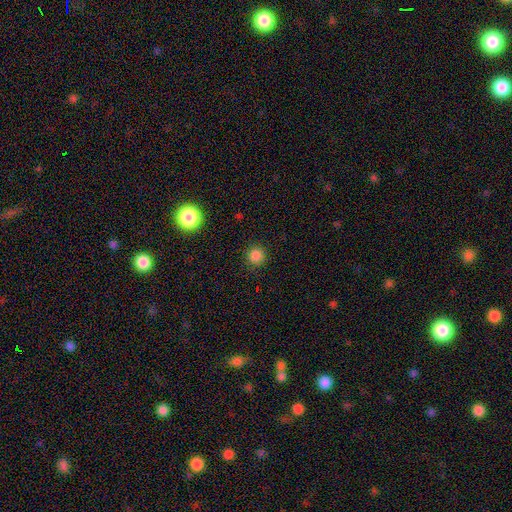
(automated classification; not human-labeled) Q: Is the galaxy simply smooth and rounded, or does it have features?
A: smooth — 84%.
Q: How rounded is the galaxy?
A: round — 93%.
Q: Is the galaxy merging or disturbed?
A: none — 90%.